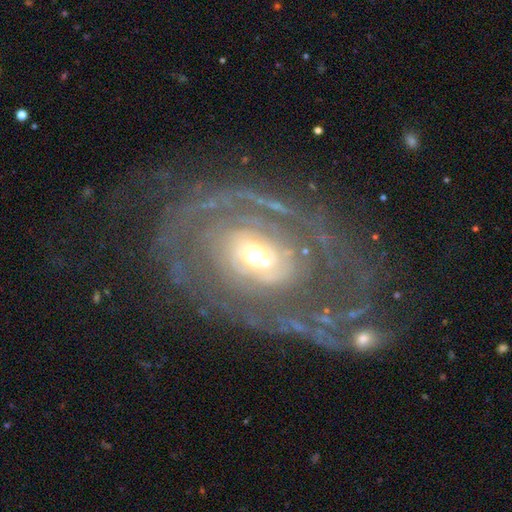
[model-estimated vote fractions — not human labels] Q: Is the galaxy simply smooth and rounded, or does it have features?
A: featured or disk — 84%.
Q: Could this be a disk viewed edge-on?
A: no — 95%.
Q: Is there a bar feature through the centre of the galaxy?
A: no — 65%.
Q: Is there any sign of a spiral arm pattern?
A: yes — 82%.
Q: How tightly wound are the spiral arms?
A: tight — 59%.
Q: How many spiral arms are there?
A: can't tell — 36%.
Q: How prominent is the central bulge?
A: moderate — 55%.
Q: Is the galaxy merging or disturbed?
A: none — 52%.